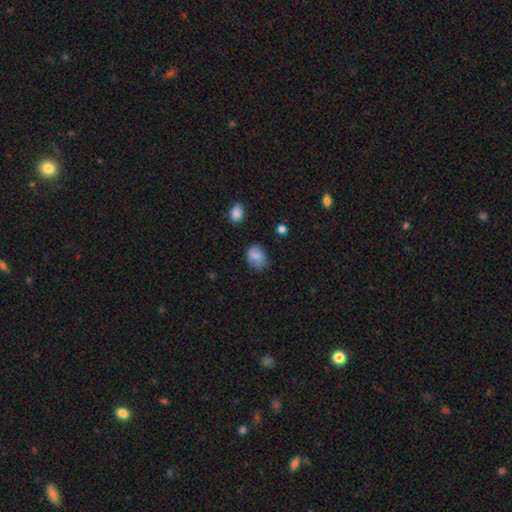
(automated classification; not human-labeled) This is likely a smooth galaxy (80%). How rounded: likely in between (60%). Merging: likely none (66%).